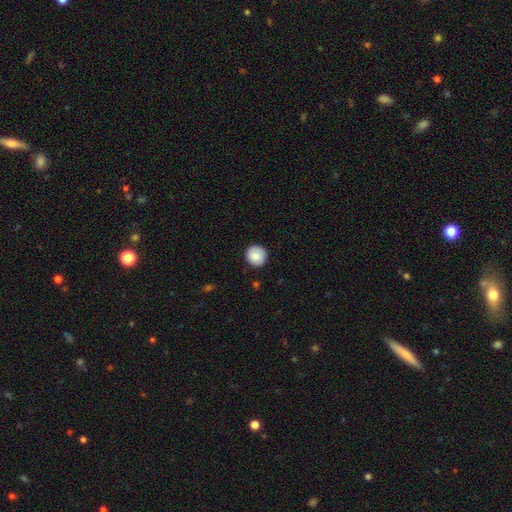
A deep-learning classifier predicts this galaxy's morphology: A smooth galaxy with no disk features (85%) that is round (92%).

Vote fractions:
- Smooth or featured? smooth: 85% / star or artifact: 7% / featured or disk: 7%
- How rounded? round: 92% / in between: 7% / cigar-shaped: 1%
- Merging? none: 87% / minor disturbance: 9% / major disturbance: 2% / merger: 1%